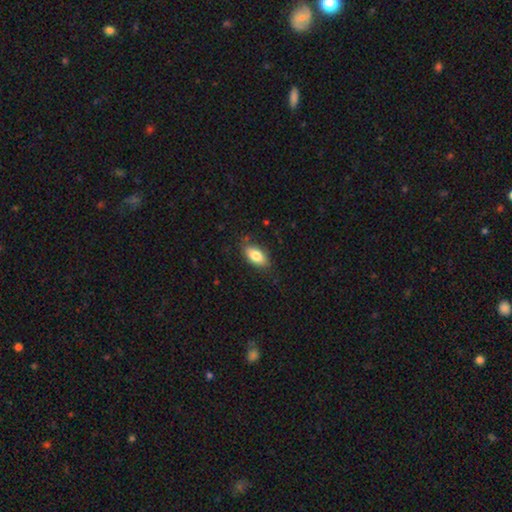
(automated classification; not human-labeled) Q: Smooth or featured?
A: smooth (81%); runner-up: featured or disk (12%)
Q: How rounded?
A: in between (90%); runner-up: cigar-shaped (7%)
Q: Merging?
A: none (81%); runner-up: minor disturbance (15%)